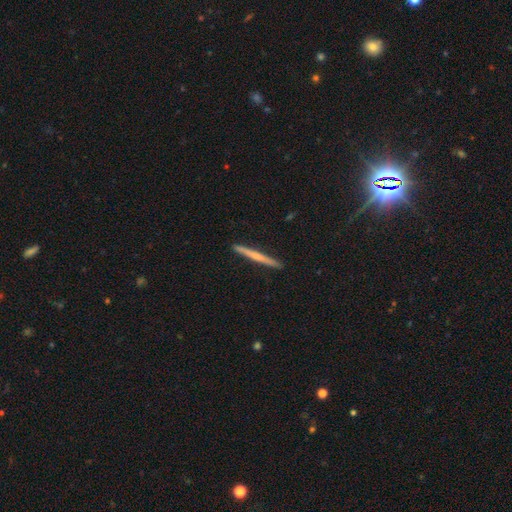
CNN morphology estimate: Q: Smooth or featured?
A: featured or disk (50%); runner-up: smooth (45%)
Q: Merging?
A: none (92%); runner-up: minor disturbance (5%)